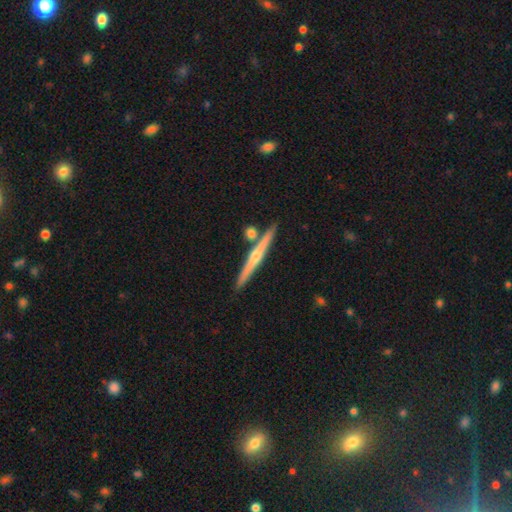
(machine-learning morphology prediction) Overall: featured or disk (70%). Edge-on disk: yes (98%). Edge-on bulge: rounded (81%). Merging: none (82%).